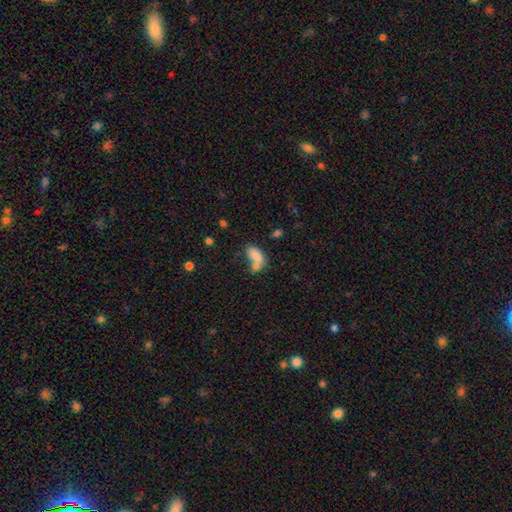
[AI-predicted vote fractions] Q: Smooth or featured?
A: smooth (80%); runner-up: featured or disk (10%)
Q: How rounded?
A: in between (90%); runner-up: round (6%)
Q: Merging?
A: merger (48%); runner-up: none (31%)